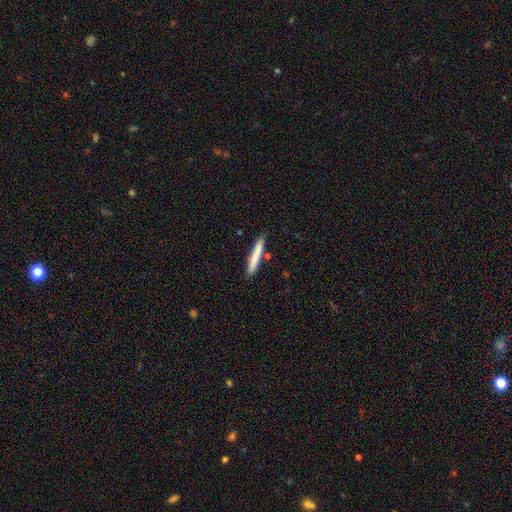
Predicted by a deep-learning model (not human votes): The model was most divided on "smooth or featured": smooth: 76%, featured or disk: 18%, star or artifact: 6%. More confident: how rounded — cigar-shaped (95%); merging — none (85%).